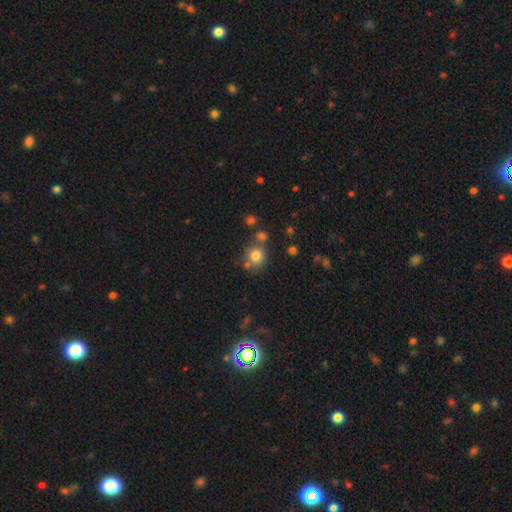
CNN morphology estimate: This is likely a smooth galaxy (79%). How rounded: clearly round (86%). Merging: likely none (65%).